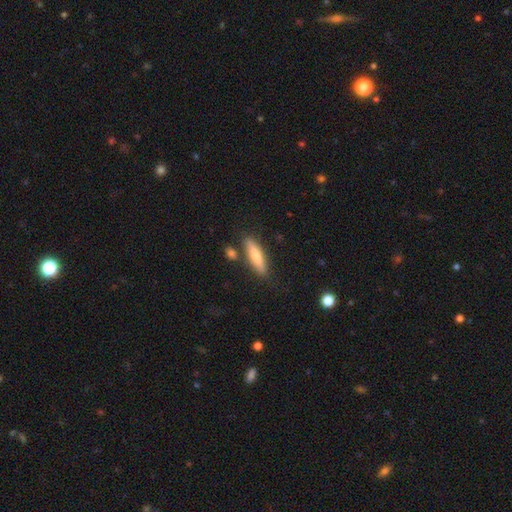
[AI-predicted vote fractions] The model was most divided on "smooth or featured": smooth: 67%, featured or disk: 27%, star or artifact: 6%. More confident: merging — none (80%); how rounded — cigar-shaped (73%).